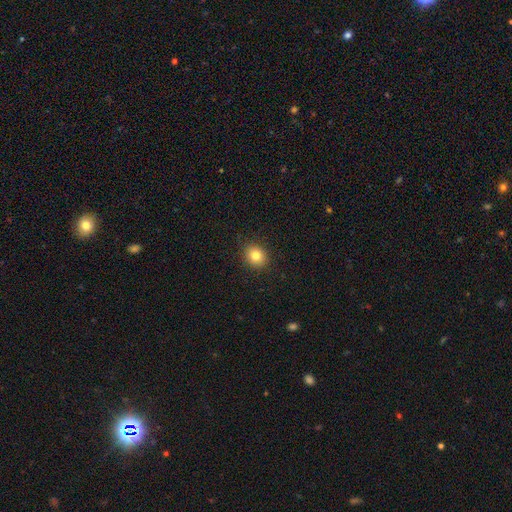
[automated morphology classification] smooth_or_featured: smooth (p=0.82) [alt: star or artifact p=0.11]
how_rounded: round (p=0.68) [alt: in between p=0.31]
merging: none (p=0.90) [alt: minor disturbance p=0.07]